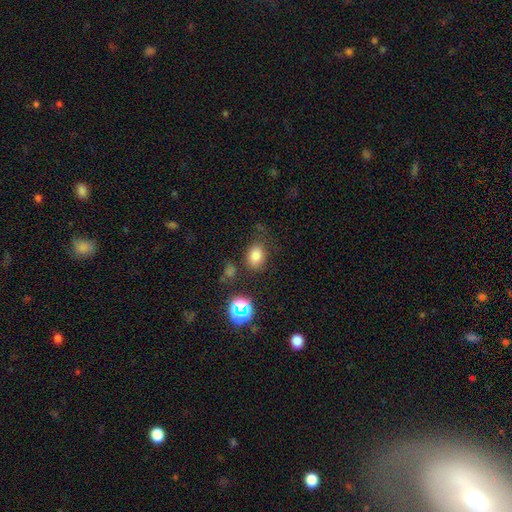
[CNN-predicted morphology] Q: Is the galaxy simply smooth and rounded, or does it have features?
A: smooth — 78%.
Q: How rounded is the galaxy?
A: in between — 66%.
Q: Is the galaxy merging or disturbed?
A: none — 70%.